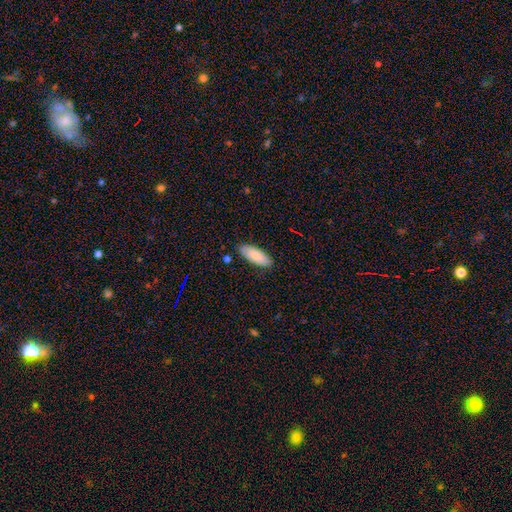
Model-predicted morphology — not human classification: A smooth galaxy with no disk features (85%) that is in between round and cigar-shaped (75%).

Vote fractions:
- Smooth or featured? smooth: 85% / featured or disk: 9% / star or artifact: 6%
- How rounded? in between: 75% / cigar-shaped: 23% / round: 1%
- Merging? none: 87% / minor disturbance: 10% / major disturbance: 2% / merger: 1%